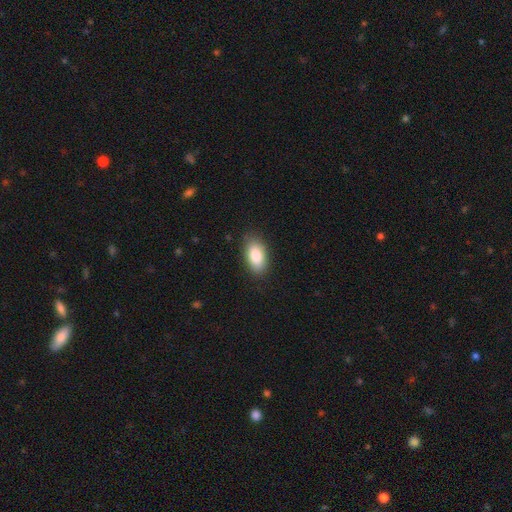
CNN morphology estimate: Q: Smooth or featured?
A: smooth (85%); runner-up: featured or disk (8%)
Q: How rounded?
A: in between (92%); runner-up: cigar-shaped (4%)
Q: Merging?
A: none (85%); runner-up: minor disturbance (11%)